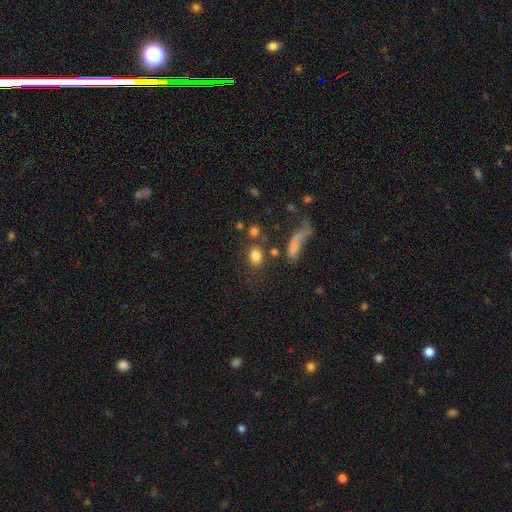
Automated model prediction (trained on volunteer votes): A smooth galaxy with no disk features (80%) that is in between round and cigar-shaped (57%). Merging: none (63%).